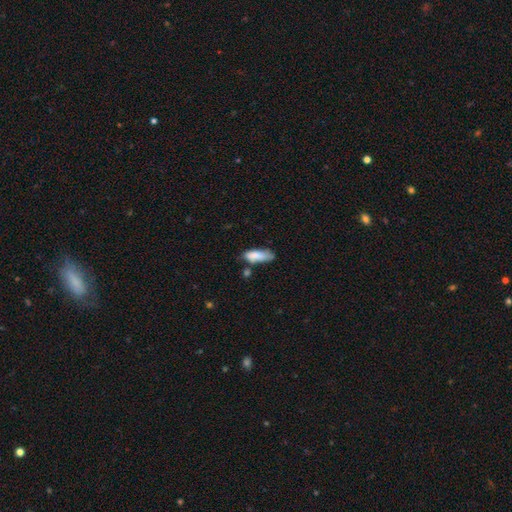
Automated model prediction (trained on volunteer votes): smooth-or-featured: smooth: 83% | featured or disk: 10% | star or artifact: 7%
  how-rounded: in between: 62% | cigar-shaped: 36% | round: 2%
  merging: none: 50% | minor disturbance: 30% | merger: 12% | major disturbance: 9%